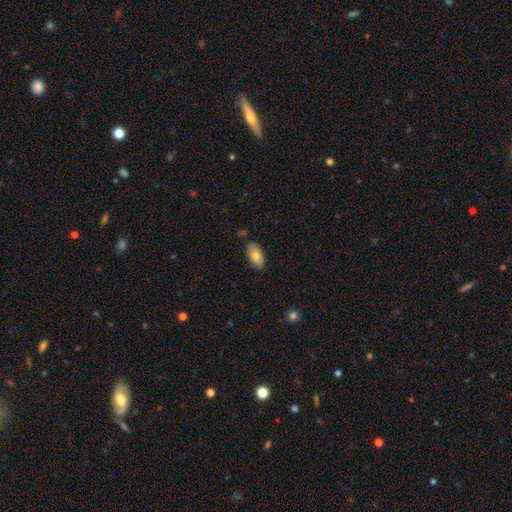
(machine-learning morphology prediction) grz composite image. It shows a smooth galaxy with no disk features (80%) that is in between round and cigar-shaped (94%). Merging: none (84%).